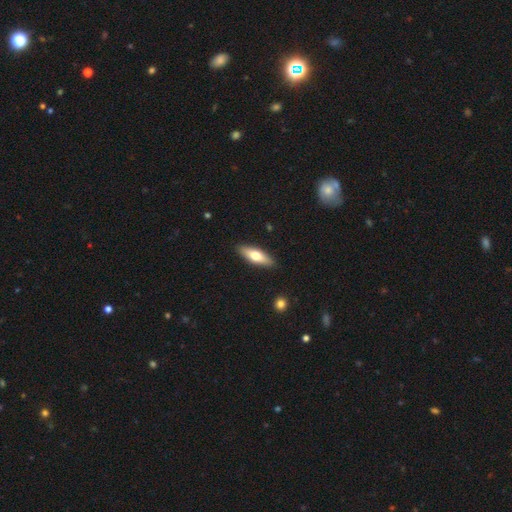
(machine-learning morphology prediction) Smooth or featured: smooth — 62% (featured or disk — 32%)
How rounded: in between — 54% (cigar-shaped — 44%)
Merging: none — 89% (minor disturbance — 8%)